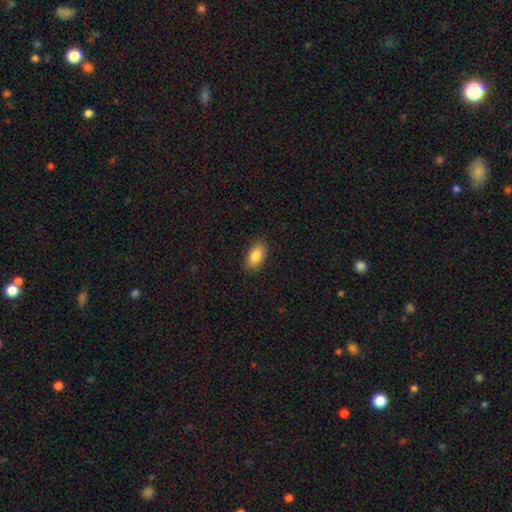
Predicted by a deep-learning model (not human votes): This is clearly a smooth galaxy (87%). How rounded: clearly in between (92%). Merging: clearly none (87%).